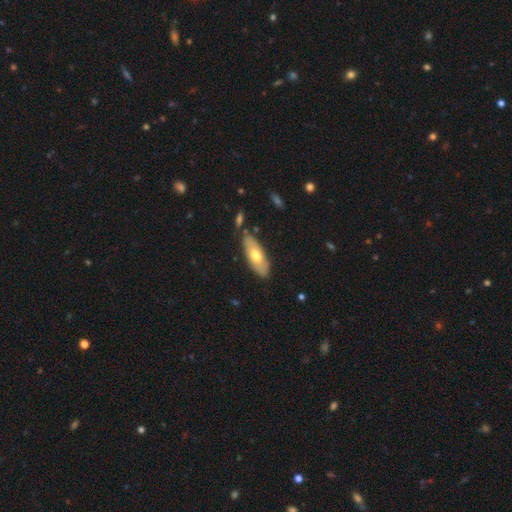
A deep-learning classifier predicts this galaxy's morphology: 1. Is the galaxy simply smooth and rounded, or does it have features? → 60% smooth, 35% featured or disk, 6% star or artifact.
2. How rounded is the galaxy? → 77% in between, 20% cigar-shaped, 2% round.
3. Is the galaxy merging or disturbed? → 79% none, 14% minor disturbance, 4% merger, 3% major disturbance.